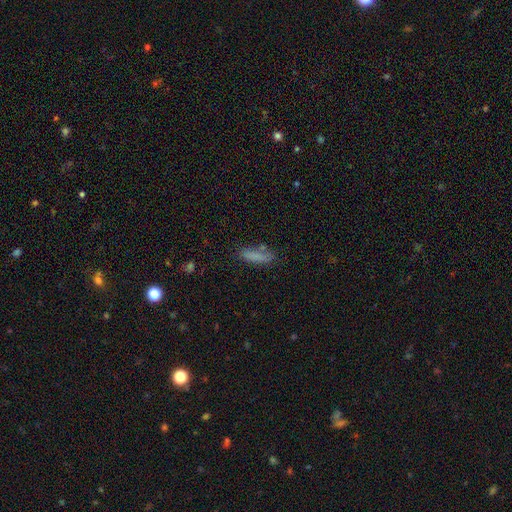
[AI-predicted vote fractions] Smooth or featured? smooth (82%)
How rounded? cigar-shaped (63%)
Merging? none (71%)